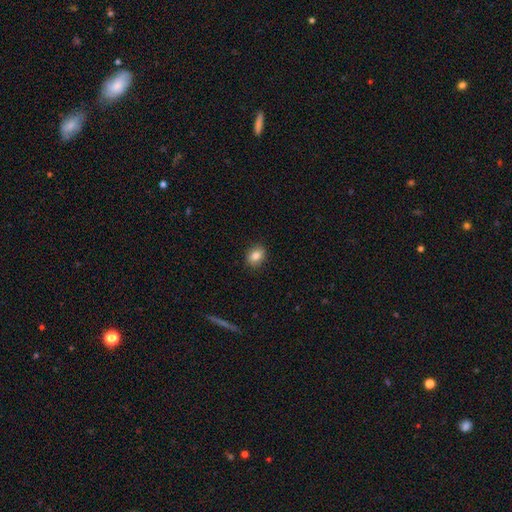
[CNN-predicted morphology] Smooth or featured?
  - smooth: 83% *
  - star or artifact: 9%
  - featured or disk: 8%
How rounded?
  - in between: 55% *
  - round: 43%
  - cigar-shaped: 1%
Merging?
  - none: 89% *
  - minor disturbance: 8%
  - major disturbance: 2%
  - merger: 1%